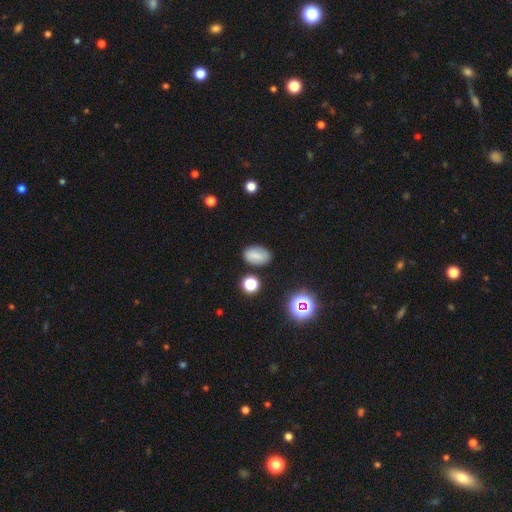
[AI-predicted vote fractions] The model was most divided on "smooth or featured": smooth: 75%, star or artifact: 13%, featured or disk: 12%. More confident: how rounded — in between (88%); merging — none (80%).